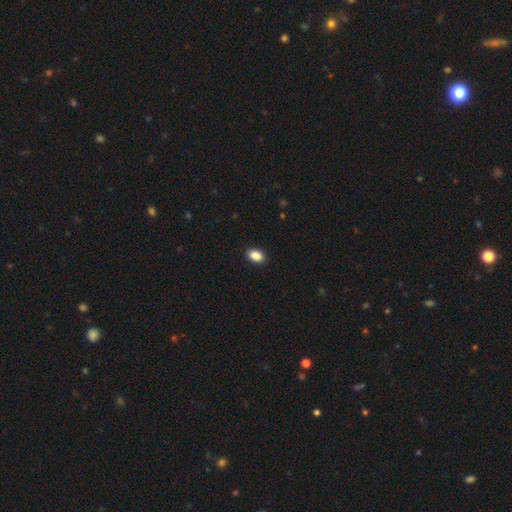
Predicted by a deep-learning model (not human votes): Smooth or featured? Predicted: smooth (p=0.89). How rounded? Predicted: in between (p=0.86). Merging? Predicted: none (p=0.91).